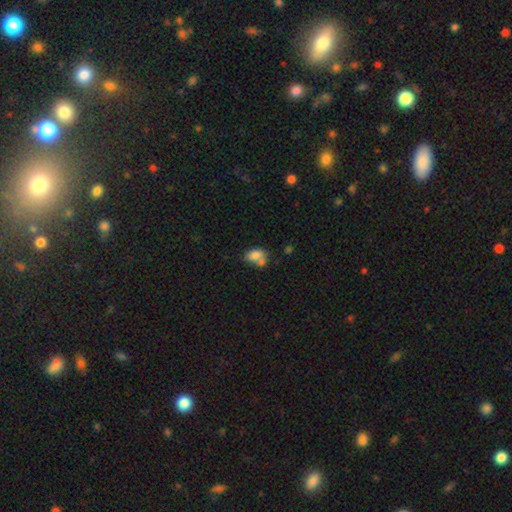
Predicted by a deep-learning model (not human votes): This appears to be a smooth galaxy with no disk features (79%) that is in between round and cigar-shaped (86%). Merging: merger (40%).